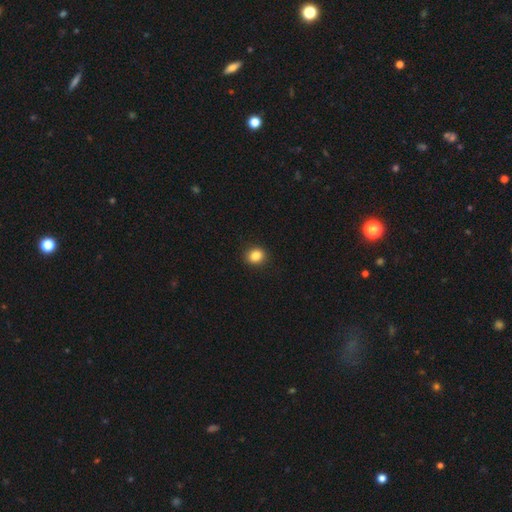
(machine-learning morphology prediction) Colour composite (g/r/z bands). It shows a smooth galaxy with no disk features (86%) that is round (65%). Merging: none (91%).